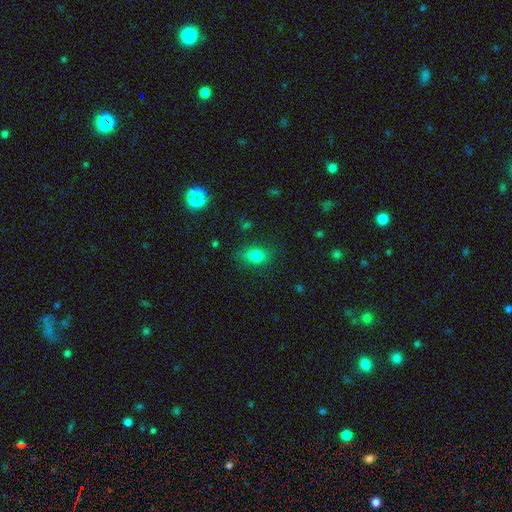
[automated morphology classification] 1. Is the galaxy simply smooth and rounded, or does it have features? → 80% smooth, 12% star or artifact, 8% featured or disk.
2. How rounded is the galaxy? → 74% in between, 24% round, 2% cigar-shaped.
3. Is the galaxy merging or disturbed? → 81% none, 14% minor disturbance, 4% major disturbance, 1% merger.